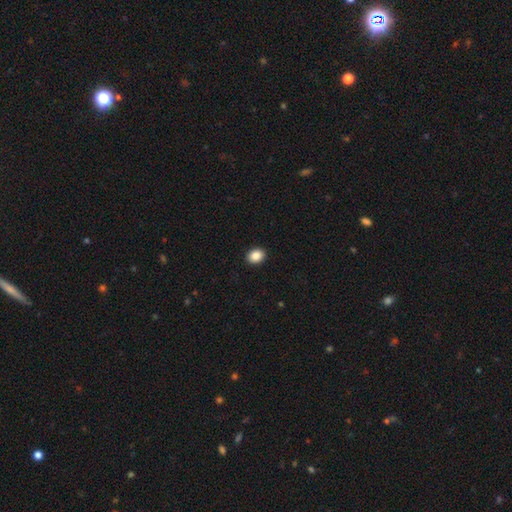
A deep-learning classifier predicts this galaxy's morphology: Overall: smooth (87%). How rounded: in between (51%; round 48%). Merging: none (92%).